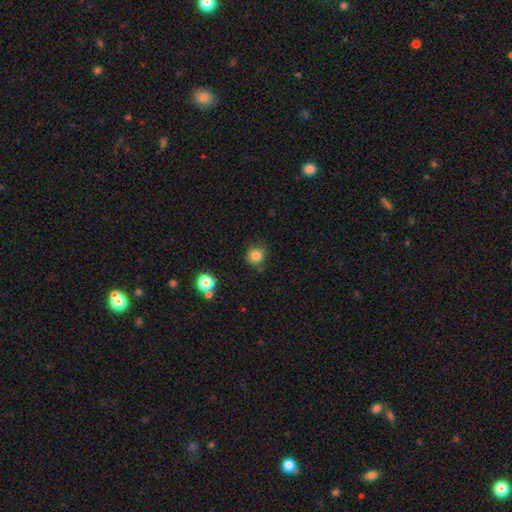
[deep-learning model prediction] Smooth or featured?
  - smooth: 82% *
  - star or artifact: 12%
  - featured or disk: 7%
How rounded?
  - round: 87% *
  - in between: 12%
  - cigar-shaped: 1%
Merging?
  - none: 75% *
  - minor disturbance: 18%
  - major disturbance: 4%
  - merger: 3%